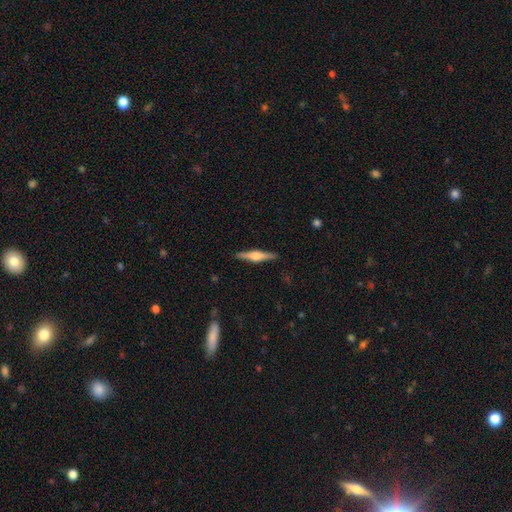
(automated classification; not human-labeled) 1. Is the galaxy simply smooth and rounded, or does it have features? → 71% featured or disk, 23% smooth, 5% star or artifact.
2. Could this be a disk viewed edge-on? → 98% yes, 2% no.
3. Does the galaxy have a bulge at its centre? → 91% rounded, 7% boxy, 2% none.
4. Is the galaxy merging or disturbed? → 90% none, 7% minor disturbance, 2% major disturbance, 1% merger.